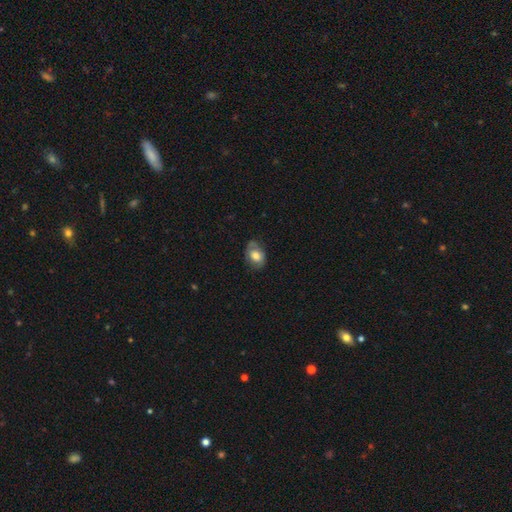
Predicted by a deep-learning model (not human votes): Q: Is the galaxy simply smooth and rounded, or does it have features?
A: smooth — 70%.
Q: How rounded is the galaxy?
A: in between — 75%.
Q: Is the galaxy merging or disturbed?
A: none — 64%.